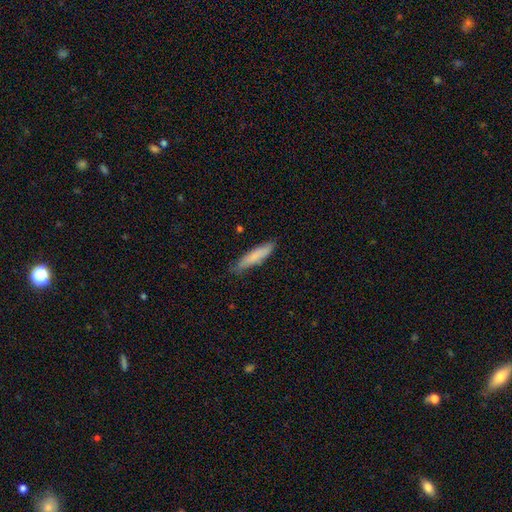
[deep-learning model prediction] This appears to be a smooth galaxy with no disk features (80%) that is cigar-shaped (83%). Merging: none (78%).